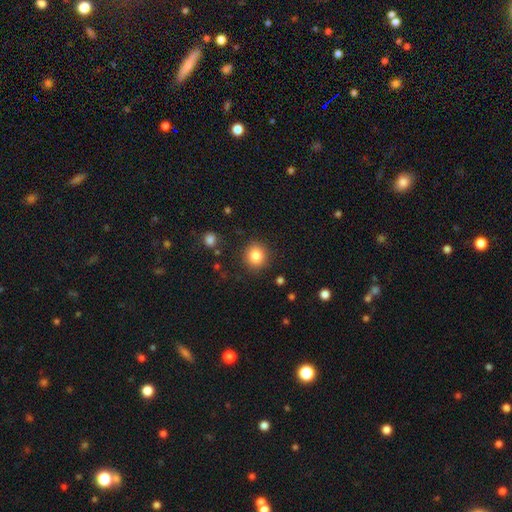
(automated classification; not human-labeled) Smooth or featured: smooth — 84% (star or artifact — 10%)
How rounded: round — 86% (in between — 13%)
Merging: none — 88% (minor disturbance — 8%)